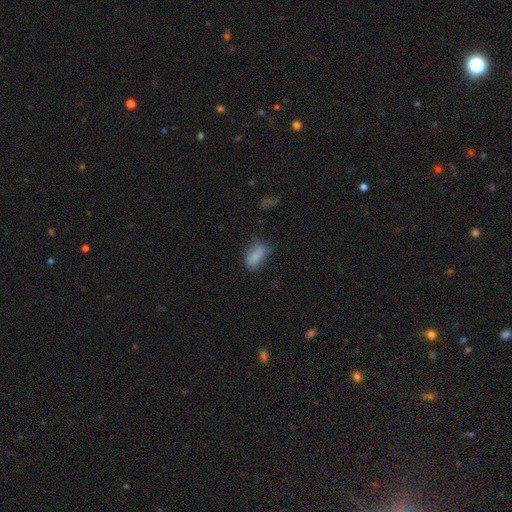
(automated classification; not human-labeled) The model was most divided on "merging": none: 53%, minor disturbance: 31%, major disturbance: 13%, merger: 3%. More confident: how rounded — in between (88%); smooth or featured — smooth (81%).